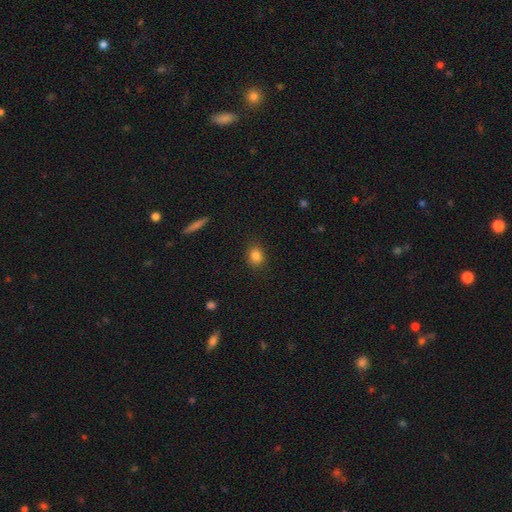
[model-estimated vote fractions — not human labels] Morphology: type=smooth (83%); roundness=round (57%); merging=none (86%).